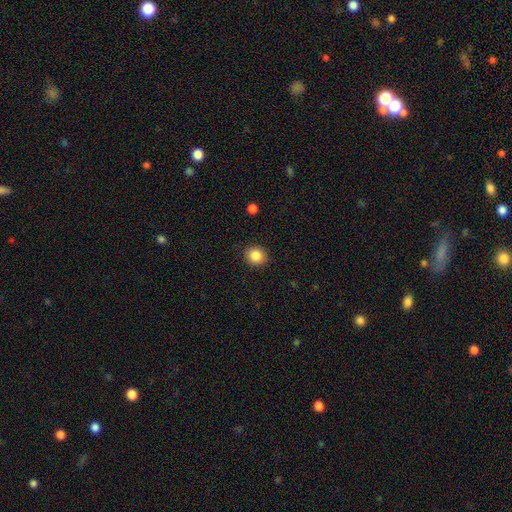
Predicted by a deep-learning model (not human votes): Smooth or featured? smooth (86%)
How rounded? round (74%)
Merging? none (89%)